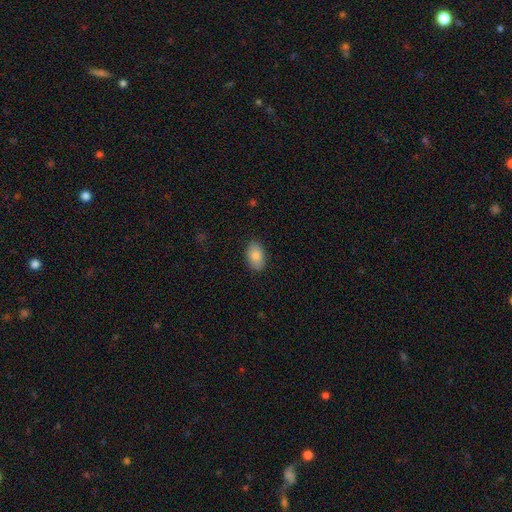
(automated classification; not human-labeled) A smooth galaxy with no disk features (85%) that is in between round and cigar-shaped (91%).

Vote fractions:
- Smooth or featured? smooth: 85% / featured or disk: 8% / star or artifact: 7%
- How rounded? in between: 91% / round: 7% / cigar-shaped: 1%
- Merging? none: 87% / minor disturbance: 10% / major disturbance: 2% / merger: 1%